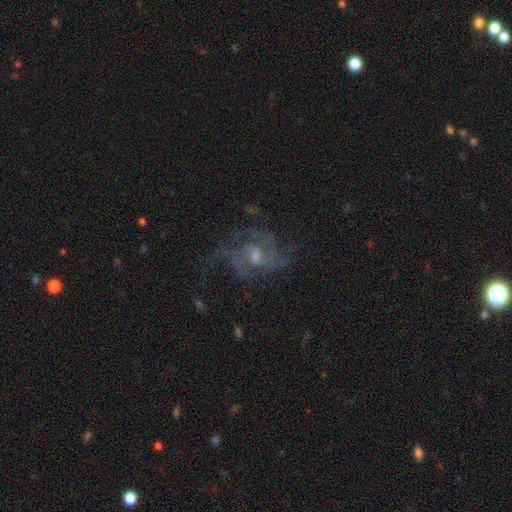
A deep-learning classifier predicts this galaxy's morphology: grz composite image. It shows a featured or disk galaxy (82%) with no bar (46%, tied with weak), 3 (31%) medium (51%) spiral arms (92%) and a moderate central bulge (47%). Merging: none (55%).